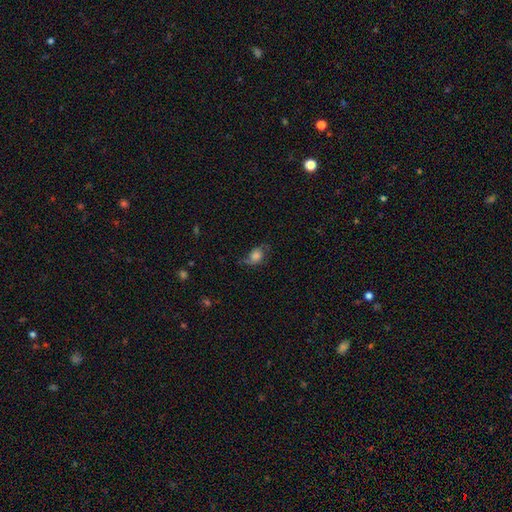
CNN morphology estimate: Smooth or featured? Predicted: smooth (p=0.55). How rounded? Predicted: in between (p=0.60). Merging? Predicted: none (p=0.53).